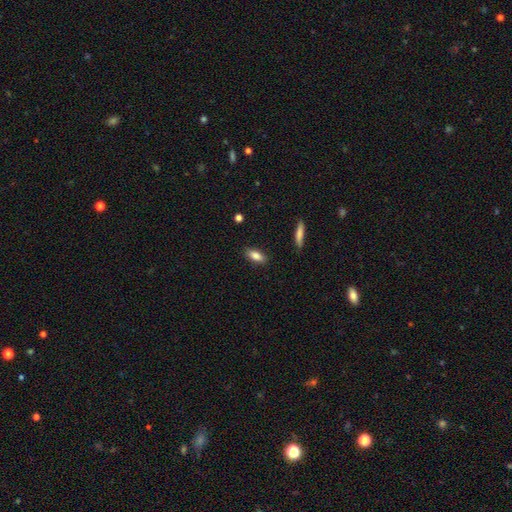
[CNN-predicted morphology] type=smooth (83%); roundness=in between (79%); merging=none (87%).